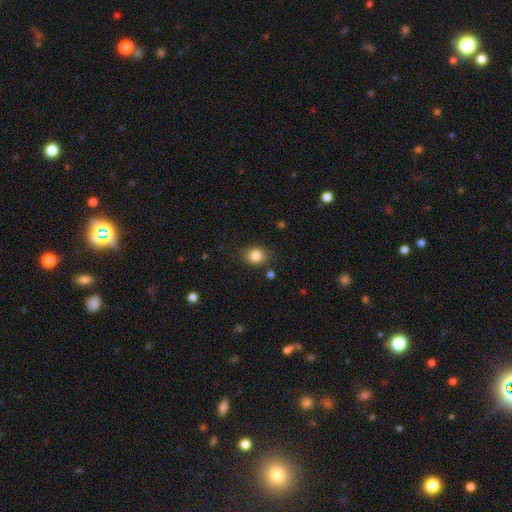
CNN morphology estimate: Q: Smooth or featured?
A: smooth (84%); runner-up: star or artifact (10%)
Q: How rounded?
A: round (56%); runner-up: in between (43%)
Q: Merging?
A: none (81%); runner-up: minor disturbance (13%)